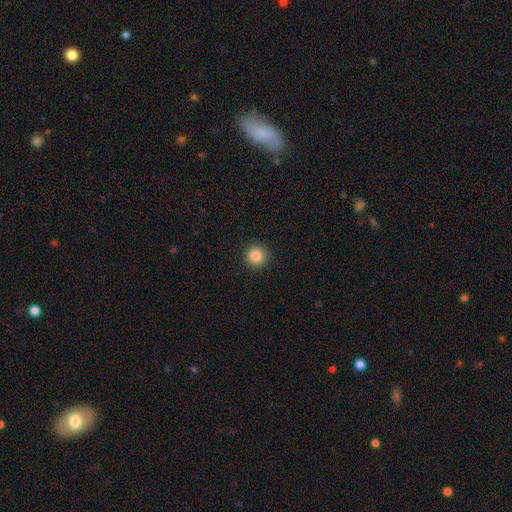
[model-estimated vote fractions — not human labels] smooth_or_featured: smooth (p=0.86) [alt: star or artifact p=0.11]
how_rounded: round (p=0.95) [alt: in between p=0.04]
merging: none (p=0.92) [alt: minor disturbance p=0.05]